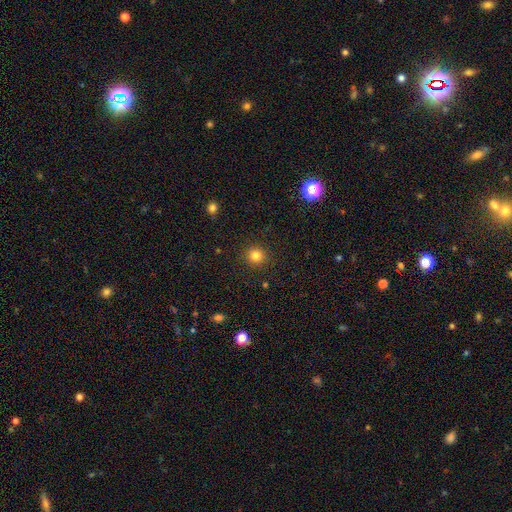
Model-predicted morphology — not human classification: A smooth galaxy with no disk features (82%) that is round (93%). Merging: none (91%).